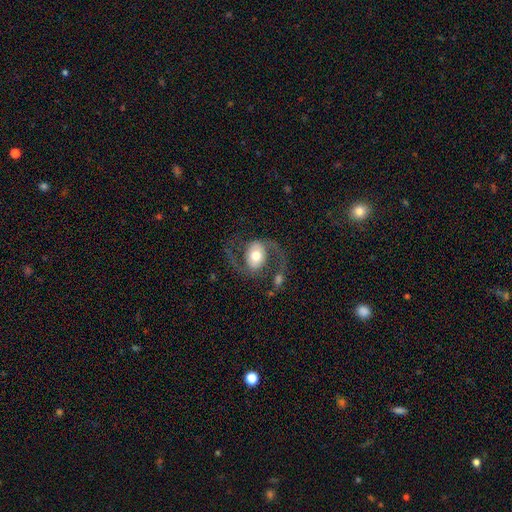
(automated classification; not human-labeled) smooth-or-featured: featured or disk: 80% | smooth: 14% | star or artifact: 6%
  disk-edge-on: no: 97% | yes: 3%
    bar: no: 54% | weak: 30% | strong: 15%
    has-spiral-arms: yes: 92% | no: 8%
      spiral-winding: loose: 50% | medium: 42% | tight: 8%
      spiral-arm-count: 2: 92% | 1: 3% | can't tell: 2% | 3: 1% | 4: 1% | more than 4: 1%
    bulge-size: moderate: 59% | large: 28% | small: 8% | dominant: 4% | none: 1%
  merging: none: 65% | major disturbance: 18% | minor disturbance: 14% | merger: 4%